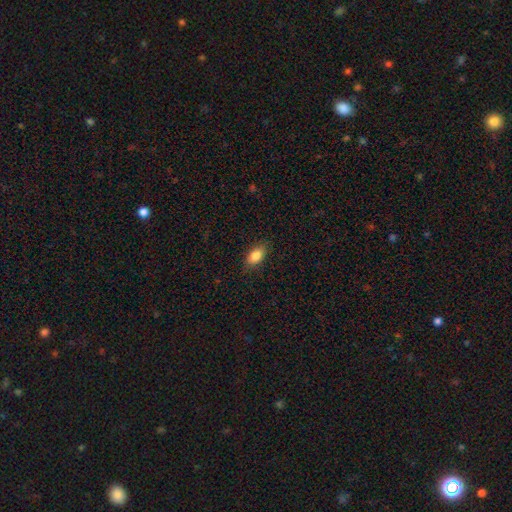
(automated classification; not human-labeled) Morphology: type=smooth (85%); roundness=in between (90%); merging=none (84%).